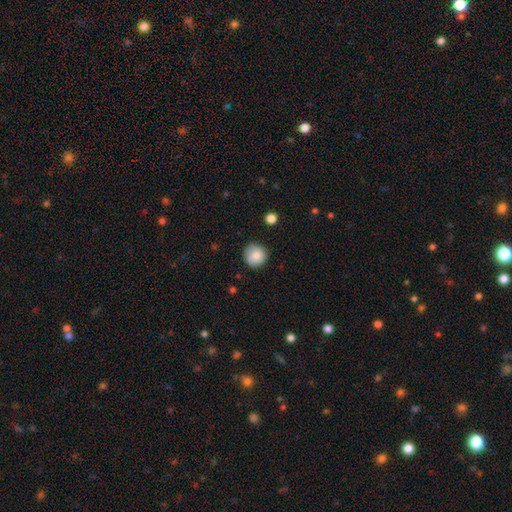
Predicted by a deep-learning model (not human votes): smooth 86%, star or artifact 8%, featured or disk 6%. Down the decision tree: how rounded — round (93%); merging — none (84%).